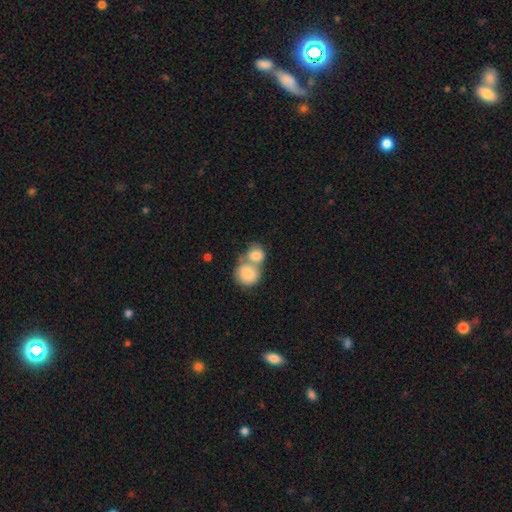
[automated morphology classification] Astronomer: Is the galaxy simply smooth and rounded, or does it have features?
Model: smooth — 81%.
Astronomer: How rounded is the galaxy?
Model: round — 67%.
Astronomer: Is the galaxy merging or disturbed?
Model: merger — 69%.